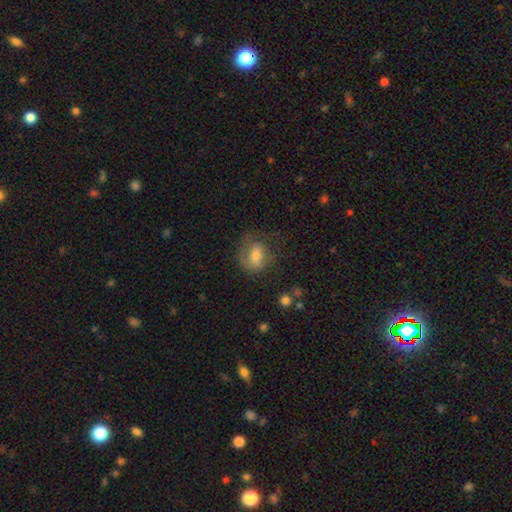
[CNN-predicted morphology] smooth_or_featured: smooth (p=0.58) [alt: featured or disk p=0.33]
how_rounded: in between (p=0.52) [alt: round p=0.46]
merging: none (p=0.53) [alt: minor disturbance p=0.24]